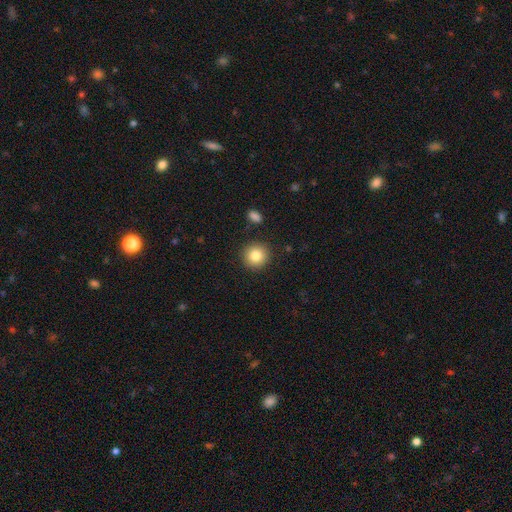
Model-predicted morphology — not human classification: smooth-or-featured: smooth: 84% | star or artifact: 9% | featured or disk: 7%
  how-rounded: round: 93% | in between: 6% | cigar-shaped: 1%
  merging: none: 89% | minor disturbance: 7% | major disturbance: 2% | merger: 2%